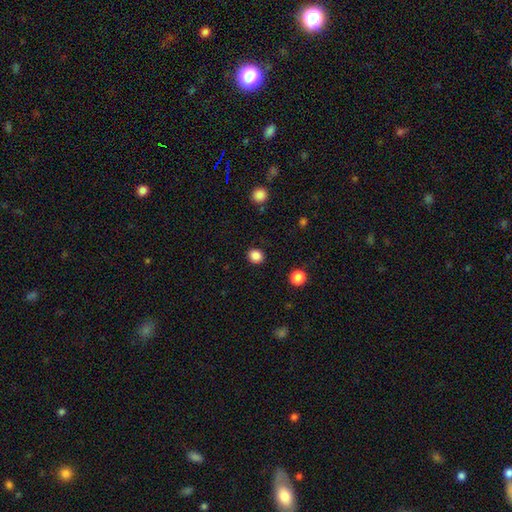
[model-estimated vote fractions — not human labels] Smooth or featured?
  - smooth: 86% *
  - star or artifact: 11%
  - featured or disk: 4%
How rounded?
  - round: 76% *
  - in between: 23%
  - cigar-shaped: 1%
Merging?
  - none: 90% *
  - minor disturbance: 7%
  - major disturbance: 2%
  - merger: 1%